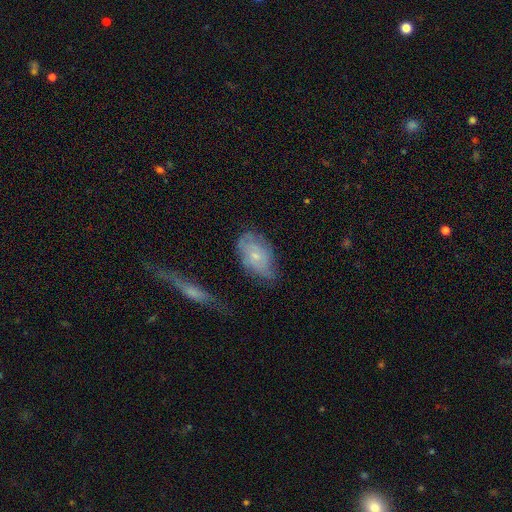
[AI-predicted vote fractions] Smooth or featured? Predicted: featured or disk (p=0.51). Edge-on disk? Predicted: no (p=0.92). Merging? Predicted: none (p=0.55).